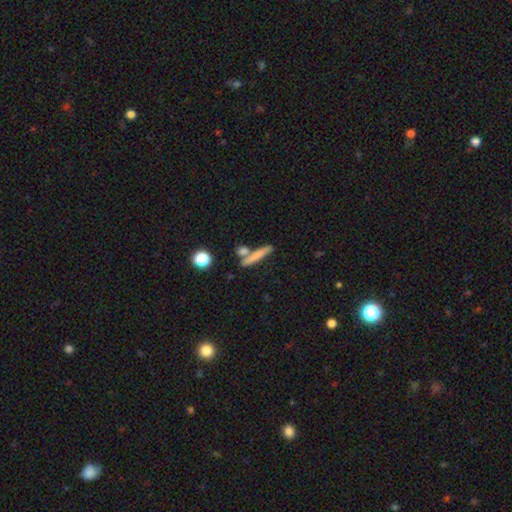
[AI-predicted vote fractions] The model was most divided on "smooth or featured": smooth: 68%, featured or disk: 24%, star or artifact: 9%. More confident: how rounded — cigar-shaped (87%); merging — none (66%).